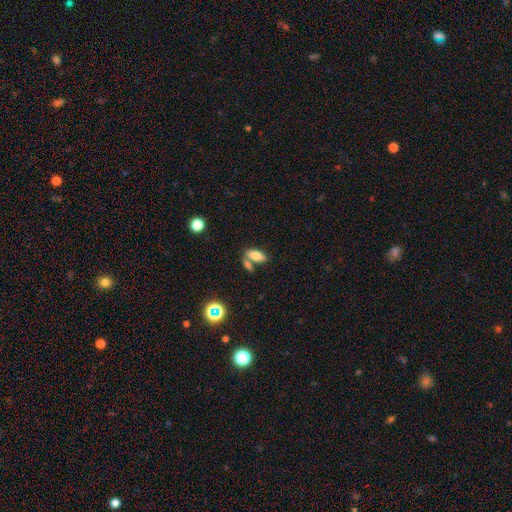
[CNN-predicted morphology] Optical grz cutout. It shows a smooth galaxy with no disk features (79%) that is in between round and cigar-shaped (87%). Merging: none (54%).